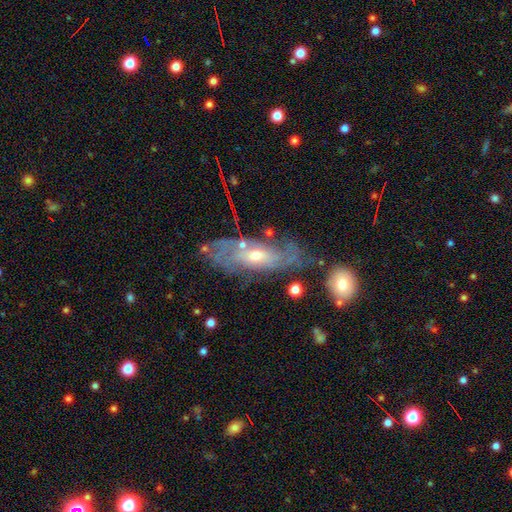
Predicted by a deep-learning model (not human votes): Smooth or featured? featured or disk (76%)
Edge-on disk? no (81%)
Bar? no (66%)
Spiral arms? yes (78%)
Bulge size? small (53%)
Merging? none (66%)